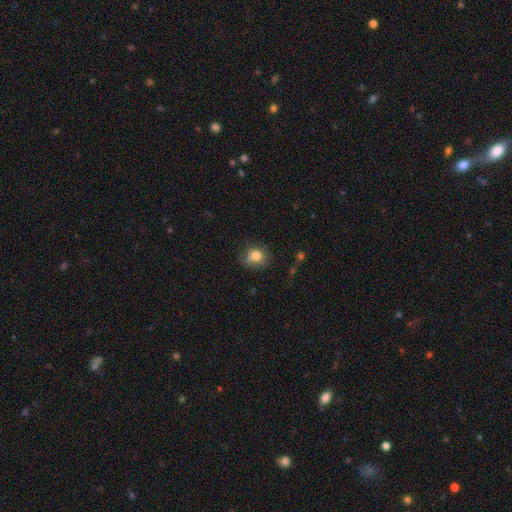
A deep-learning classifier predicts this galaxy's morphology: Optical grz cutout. It shows a smooth galaxy with no disk features (80%) that is round (68%). Merging: none (62%).